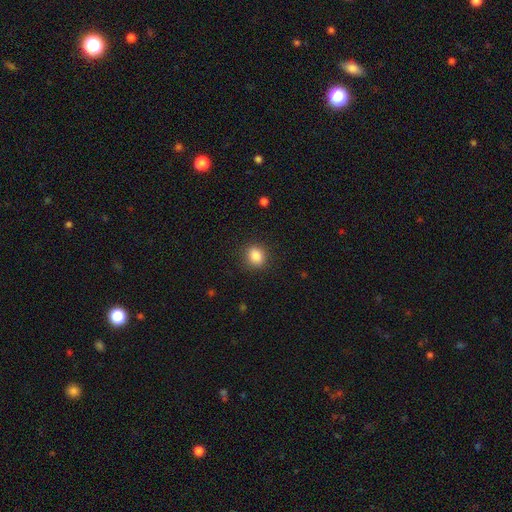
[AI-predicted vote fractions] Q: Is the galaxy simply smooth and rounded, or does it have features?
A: smooth — 85%.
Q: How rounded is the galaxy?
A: round — 60%.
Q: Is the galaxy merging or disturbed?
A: none — 89%.